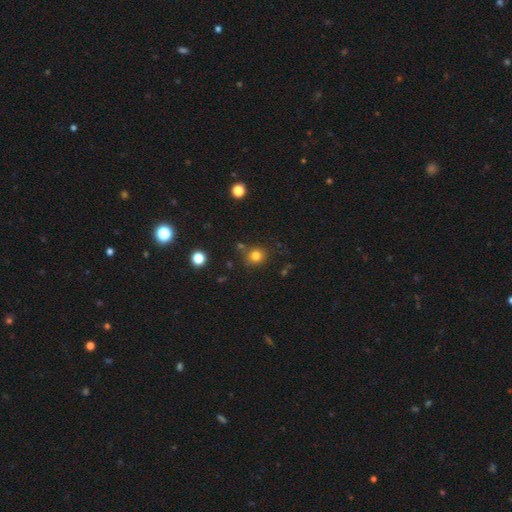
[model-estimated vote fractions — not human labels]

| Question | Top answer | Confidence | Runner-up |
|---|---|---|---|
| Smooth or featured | smooth | 79% | star or artifact (14%) |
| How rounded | round | 84% | in between (15%) |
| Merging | none | 79% | minor disturbance (11%) |